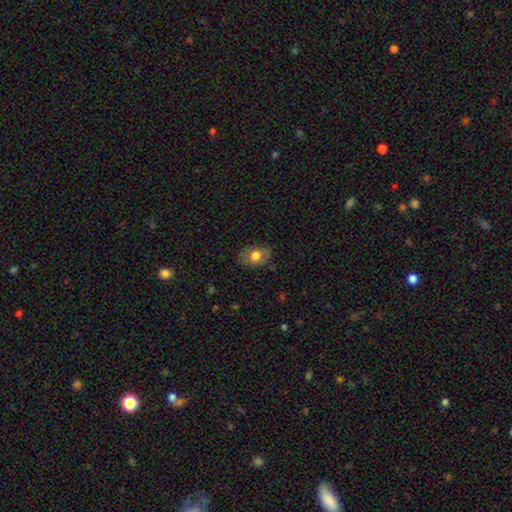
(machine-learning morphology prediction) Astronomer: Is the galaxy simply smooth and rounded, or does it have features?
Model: smooth — 73%.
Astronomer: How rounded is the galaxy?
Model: in between — 69%.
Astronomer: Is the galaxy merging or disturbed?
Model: none — 80%.